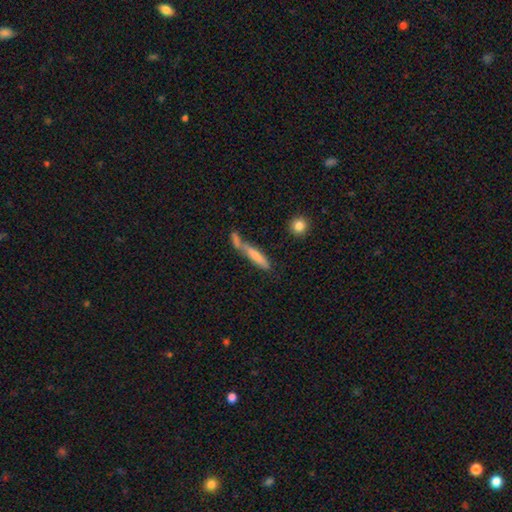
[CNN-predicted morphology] Smooth or featured? Predicted: smooth (p=0.59). How rounded? Predicted: cigar-shaped (p=0.87). Merging? Predicted: none (p=0.46).